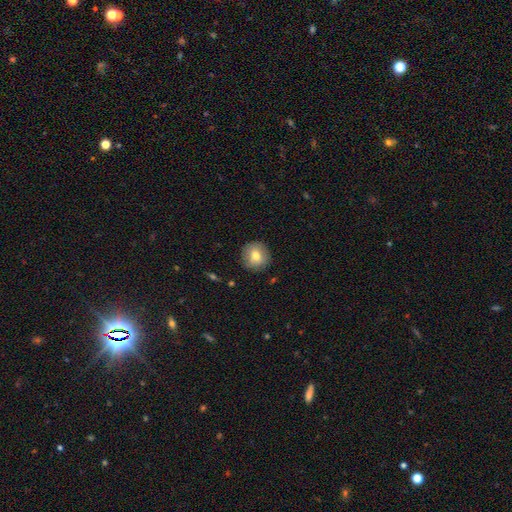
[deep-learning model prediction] This appears to be a smooth galaxy with no disk features (74%) that is round (92%). Merging: none (88%).